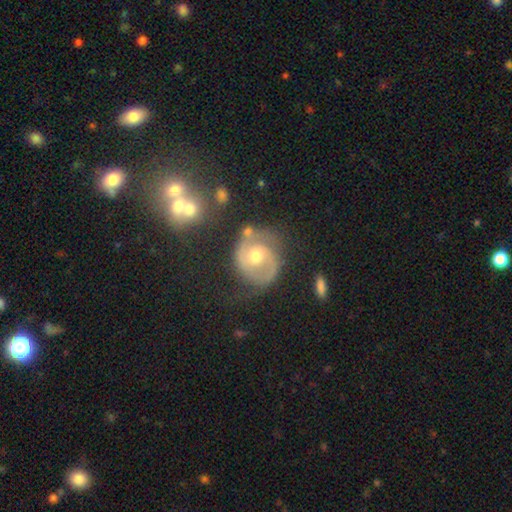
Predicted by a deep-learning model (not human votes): featured or disk 81%, smooth 13%, star or artifact 6%. Down the decision tree: edge-on disk — no (98%); bar — no (59%); spiral arms — yes (90%); spiral arm count — 2 (80%); spiral winding — medium (44%); bulge size — moderate (76%); merging — none (66%).